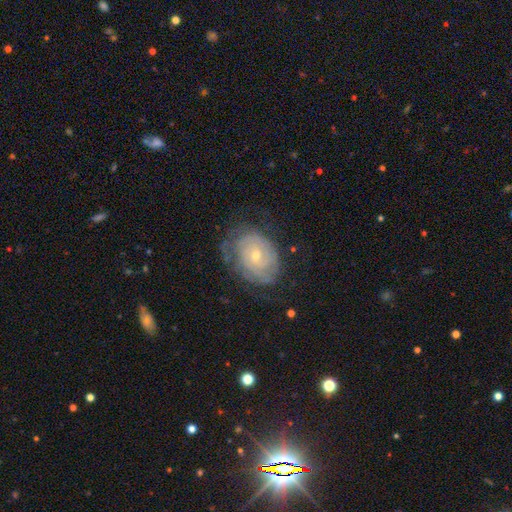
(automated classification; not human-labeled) Smooth or featured? Predicted: featured or disk (p=0.72). Edge-on disk? Predicted: no (p=0.96). Bar? Predicted: no (p=0.76). Spiral arms? Predicted: yes (p=0.82). Spiral winding? Predicted: tight (p=0.76). Spiral arm count? Predicted: can't tell (p=0.56). Bulge size? Predicted: small (p=0.64). Merging? Predicted: none (p=0.65).